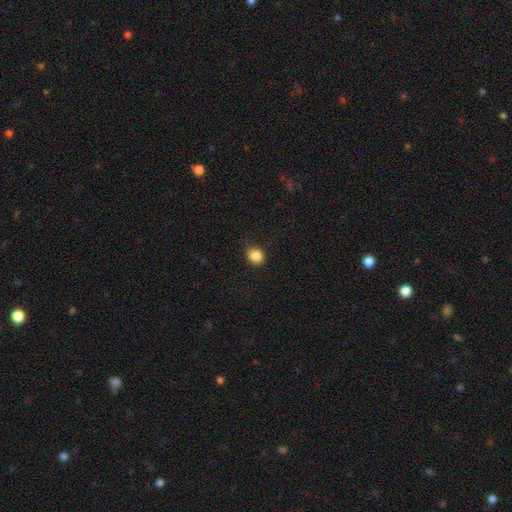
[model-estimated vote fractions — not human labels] Smooth or featured? Predicted: smooth (p=0.87). How rounded? Predicted: round (p=0.78). Merging? Predicted: none (p=0.83).